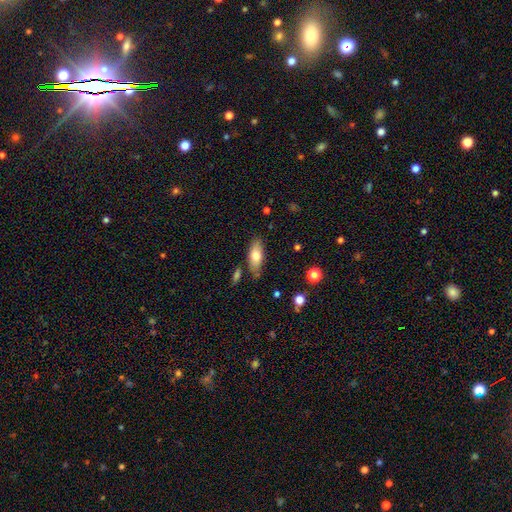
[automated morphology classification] A smooth galaxy with no disk features (74%) that is in between round and cigar-shaped (78%).

Vote fractions:
- Smooth or featured? smooth: 74% / featured or disk: 19% / star or artifact: 7%
- How rounded? in between: 78% / cigar-shaped: 19% / round: 3%
- Merging? none: 77% / minor disturbance: 15% / merger: 5% / major disturbance: 3%